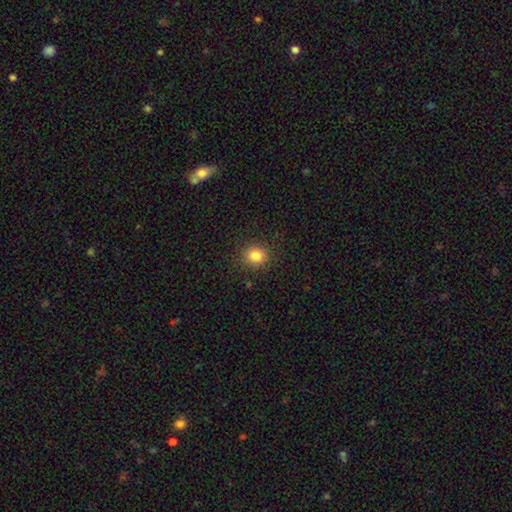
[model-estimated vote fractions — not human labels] The model was most divided on "how rounded": round: 80%, in between: 19%, cigar-shaped: 1%. More confident: merging — none (88%); smooth or featured — smooth (84%).